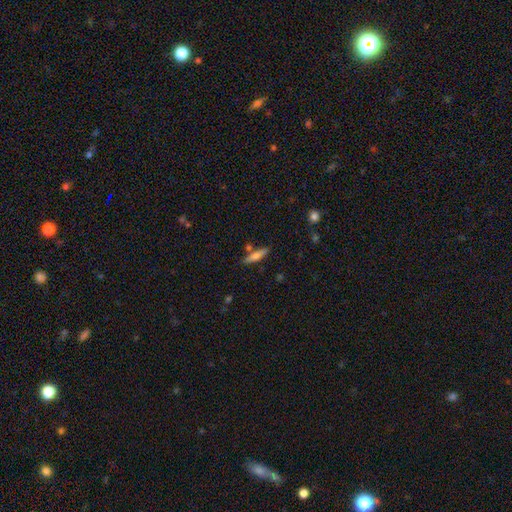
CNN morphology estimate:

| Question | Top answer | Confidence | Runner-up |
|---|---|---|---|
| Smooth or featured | smooth | 58% | featured or disk (35%) |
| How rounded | cigar-shaped | 78% | in between (20%) |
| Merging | none | 77% | minor disturbance (12%) |